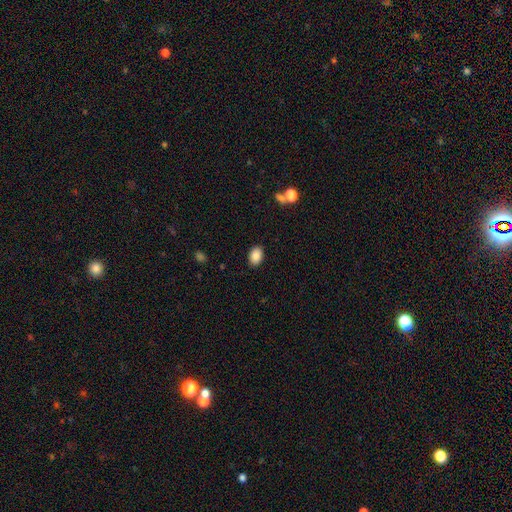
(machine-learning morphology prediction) This is clearly a smooth galaxy (87%). How rounded: clearly in between (83%). Merging: clearly none (88%).